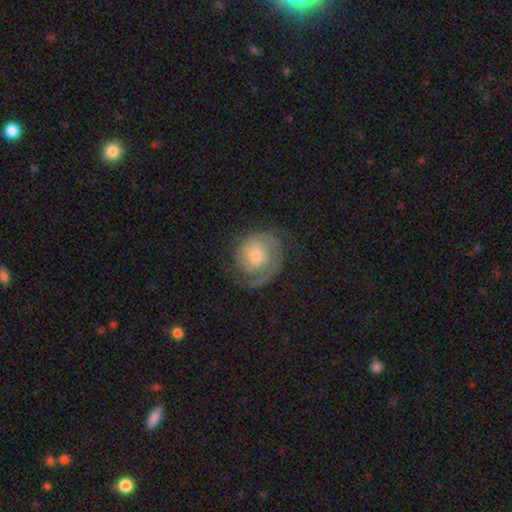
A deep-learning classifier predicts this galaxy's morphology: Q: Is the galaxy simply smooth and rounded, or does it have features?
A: featured or disk — 77%.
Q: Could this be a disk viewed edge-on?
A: no — 98%.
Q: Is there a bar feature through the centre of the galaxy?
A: no — 75%.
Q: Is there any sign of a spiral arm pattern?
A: yes — 93%.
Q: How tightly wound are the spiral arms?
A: tight — 66%.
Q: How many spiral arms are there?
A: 1 — 43%.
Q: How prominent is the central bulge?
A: small — 46%.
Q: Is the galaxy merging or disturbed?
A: none — 71%.